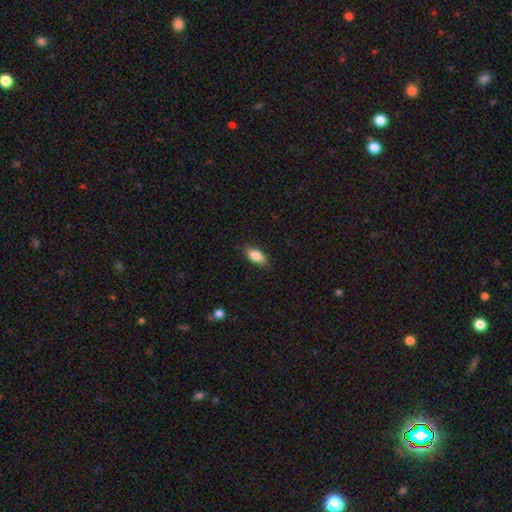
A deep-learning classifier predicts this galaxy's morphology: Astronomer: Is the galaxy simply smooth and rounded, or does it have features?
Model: smooth — 86%.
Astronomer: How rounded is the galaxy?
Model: in between — 88%.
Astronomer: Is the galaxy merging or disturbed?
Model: none — 85%.